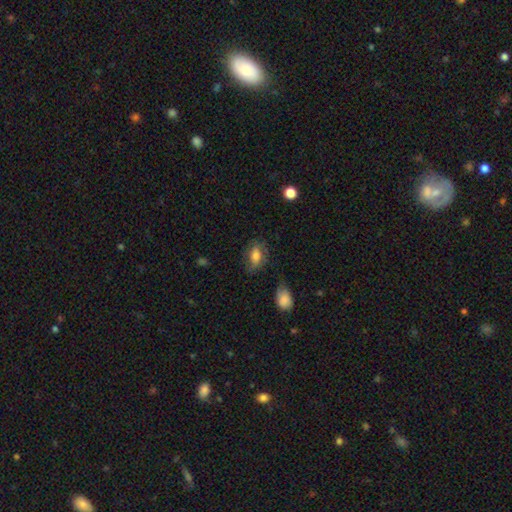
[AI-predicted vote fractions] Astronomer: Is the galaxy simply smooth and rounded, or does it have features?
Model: smooth — 73%.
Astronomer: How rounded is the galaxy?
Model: in between — 86%.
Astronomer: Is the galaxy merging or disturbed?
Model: none — 65%.